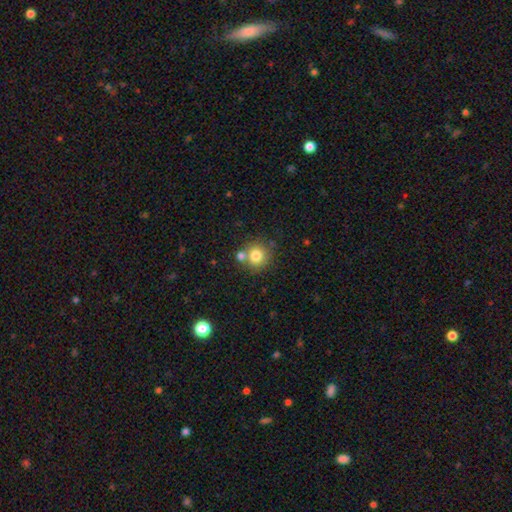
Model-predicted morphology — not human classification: The model was most divided on "merging": none: 67%, merger: 21%, minor disturbance: 9%, major disturbance: 3%. More confident: how rounded — round (90%); smooth or featured — smooth (79%).